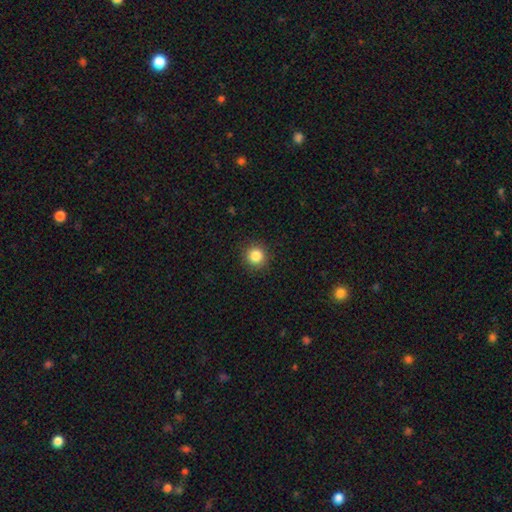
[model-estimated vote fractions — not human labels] smooth 85%, star or artifact 11%, featured or disk 4%. Down the decision tree: how rounded — round (93%); merging — none (91%).